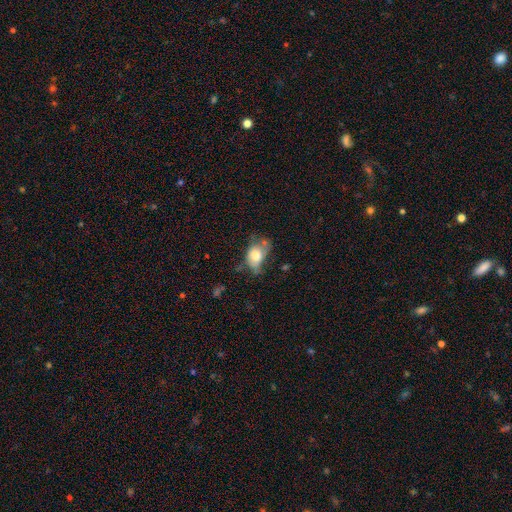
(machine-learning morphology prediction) A smooth galaxy with no disk features (70%) that is in between round and cigar-shaped (77%).

Vote fractions:
- Smooth or featured? smooth: 70% / featured or disk: 22% / star or artifact: 9%
- How rounded? in between: 77% / round: 21% / cigar-shaped: 2%
- Merging? minor disturbance: 33% (tied) / none: 33% (tied) / major disturbance: 22% / merger: 12%